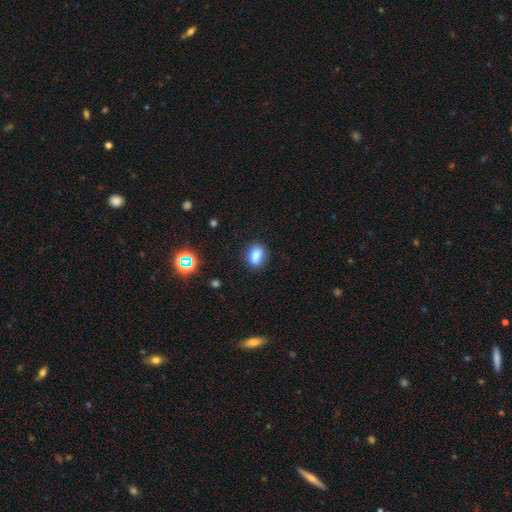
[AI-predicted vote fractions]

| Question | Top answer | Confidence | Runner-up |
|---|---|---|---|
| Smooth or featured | smooth | 82% | star or artifact (12%) |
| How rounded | in between | 74% | round (24%) |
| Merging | none | 84% | minor disturbance (12%) |